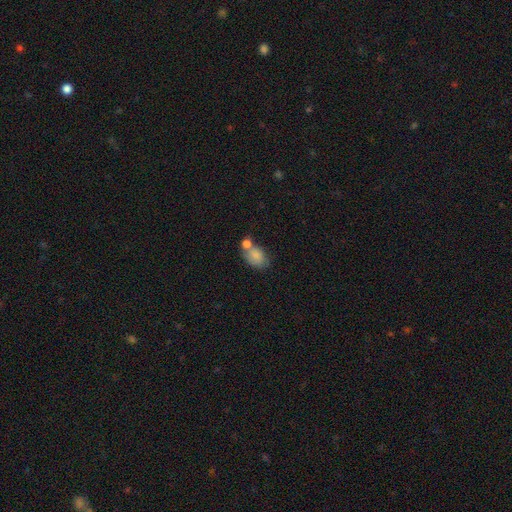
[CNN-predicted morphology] Q: Smooth or featured?
A: smooth (79%); runner-up: featured or disk (13%)
Q: How rounded?
A: in between (77%); runner-up: round (22%)
Q: Merging?
A: merger (39%); runner-up: none (35%)